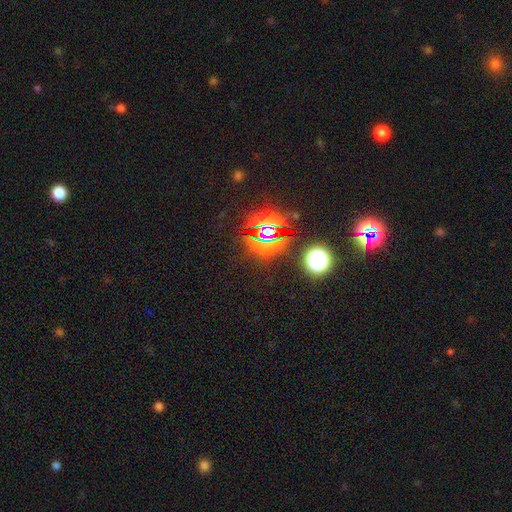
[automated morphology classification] Smooth or featured? Predicted: star or artifact (p=0.83).